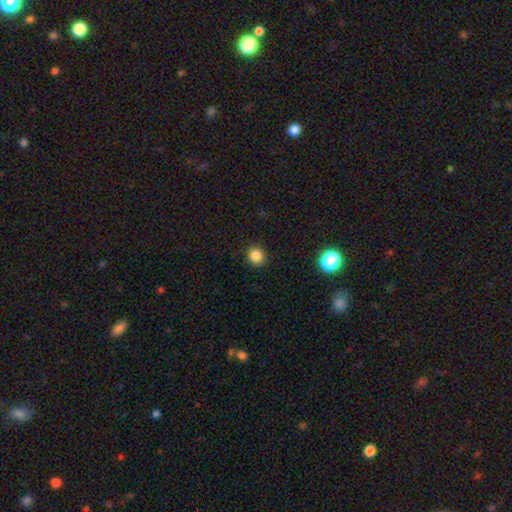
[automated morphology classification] Smooth or featured? smooth (84%)
How rounded? round (90%)
Merging? none (90%)